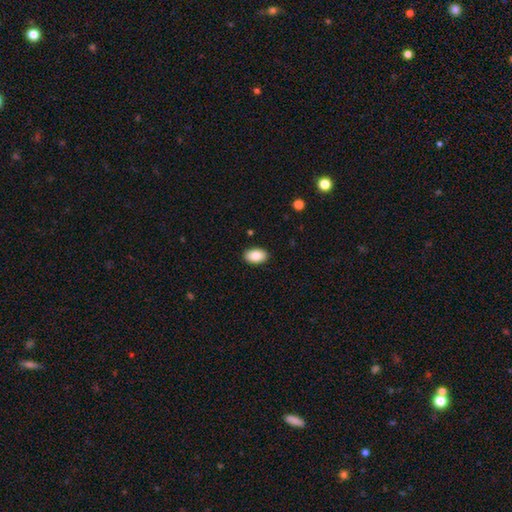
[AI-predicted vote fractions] Smooth or featured? Predicted: smooth (p=0.87). How rounded? Predicted: in between (p=0.92). Merging? Predicted: none (p=0.90).